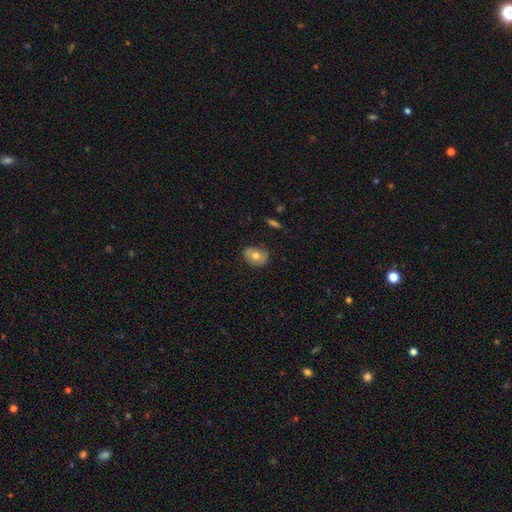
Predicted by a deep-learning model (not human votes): Smooth or featured? Predicted: smooth (p=0.63). How rounded? Predicted: in between (p=0.55). Merging? Predicted: none (p=0.74).